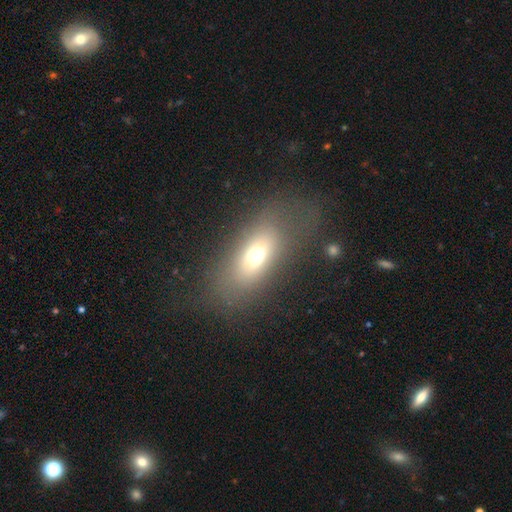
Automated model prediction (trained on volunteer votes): Smooth or featured?
  - smooth: 62% *
  - featured or disk: 24%
  - star or artifact: 14%
How rounded?
  - in between: 80% *
  - round: 11%
  - cigar-shaped: 9%
Merging?
  - none: 65% *
  - major disturbance: 17%
  - minor disturbance: 15%
  - merger: 3%